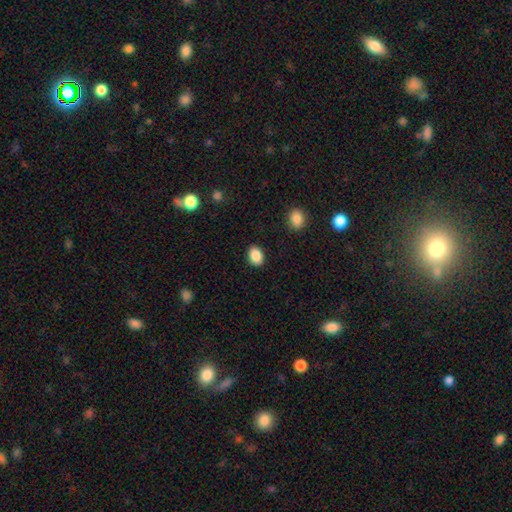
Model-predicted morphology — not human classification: Overall: smooth (89%). How rounded: in between (75%). Merging: none (89%).